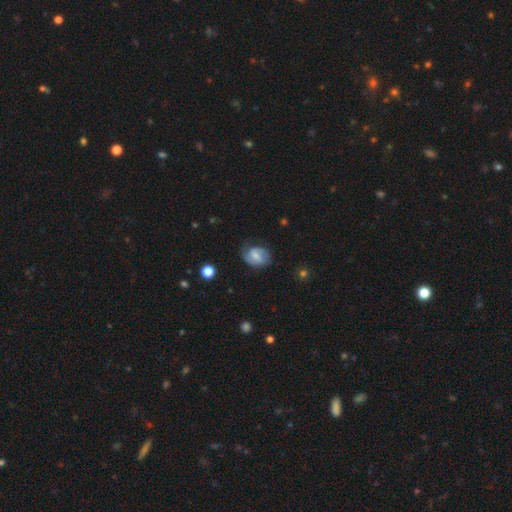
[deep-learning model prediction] Smooth or featured? Predicted: featured or disk (p=0.65). Edge-on disk? Predicted: no (p=0.97). Bar? Predicted: weak (p=0.53). Spiral arms? Predicted: yes (p=0.89). Spiral winding? Predicted: medium (p=0.46). Spiral arm count? Predicted: 2 (p=0.78). Bulge size? Predicted: small (p=0.47). Merging? Predicted: none (p=0.69).